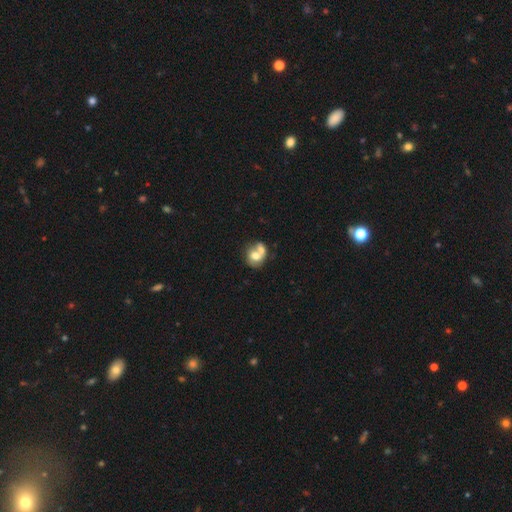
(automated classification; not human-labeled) Smooth or featured? Predicted: smooth (p=0.62). How rounded? Predicted: round (p=0.55). Merging? Predicted: merger (p=0.69).